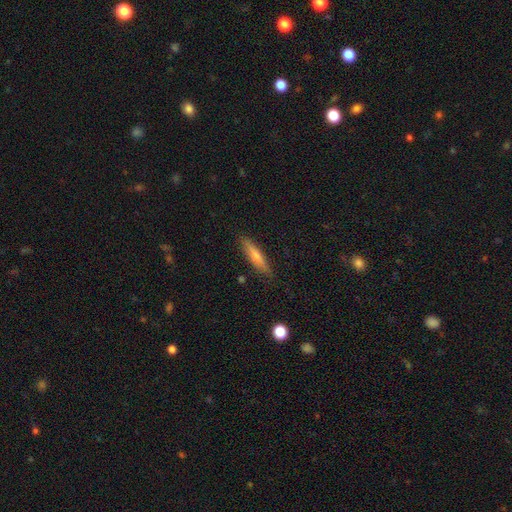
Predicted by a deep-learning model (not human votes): Smooth or featured? smooth (52%)
How rounded? cigar-shaped (86%)
Merging? none (87%)